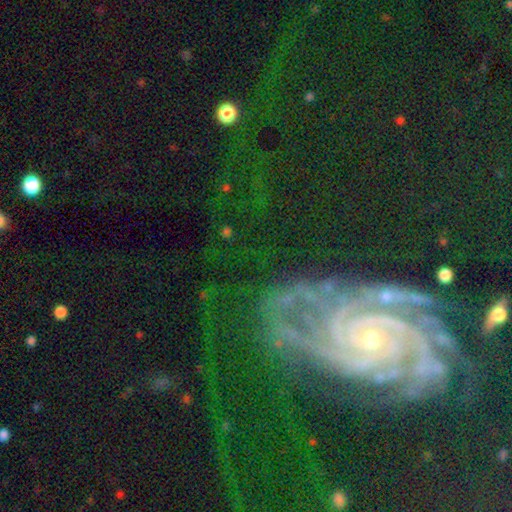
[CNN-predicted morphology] A featured or disk galaxy (66%) with no bar (71%), 2 (24%) tight (74%) spiral arms (97%) and a small central bulge (75%).

Vote fractions:
- Smooth or featured? featured or disk: 66% / star or artifact: 24% / smooth: 10%
- Edge-on disk? no: 94% / yes: 6%
- Bar? no: 71% / weak: 19% / strong: 10%
- Spiral arms? yes: 97% / no: 3%
- Spiral winding? tight: 74% / medium: 20% / loose: 6%
- Spiral arm count? 2: 24% / 3: 20% / can't tell: 19% / 4: 13% / more than 4: 12% / 1: 11%
- Bulge size? small: 75% / moderate: 21% / large: 1% / none: 1% / dominant: 1%
- Merging? none: 72% / minor disturbance: 17% / major disturbance: 8% / merger: 3%